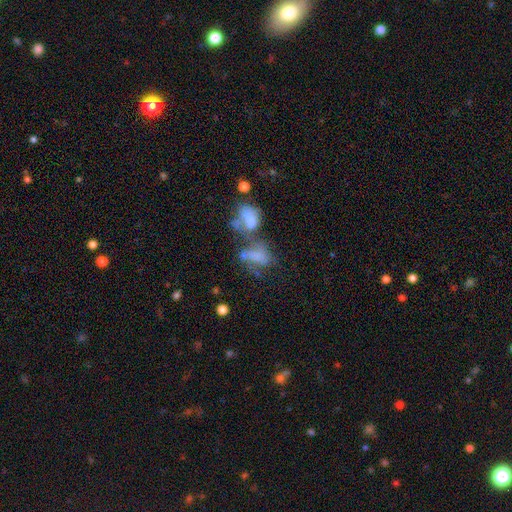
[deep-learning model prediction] A smooth galaxy with no disk features (51%) that is in between round and cigar-shaped (82%). Merging: merger (55%).